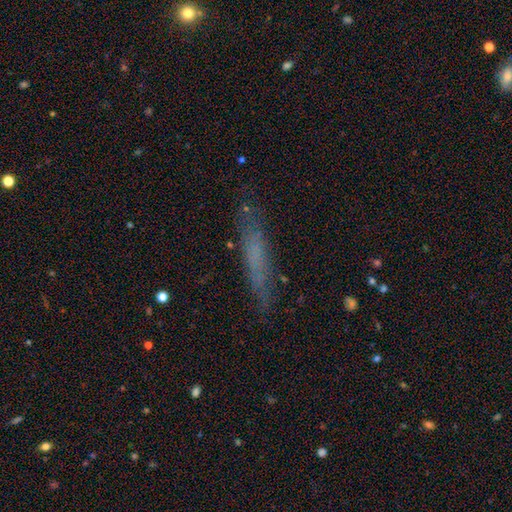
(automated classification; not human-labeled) smooth_or_featured: smooth (p=0.51) [alt: featured or disk p=0.36]
how_rounded: cigar-shaped (p=0.89) [alt: in between p=0.09]
merging: none (p=0.79) [alt: minor disturbance p=0.15]